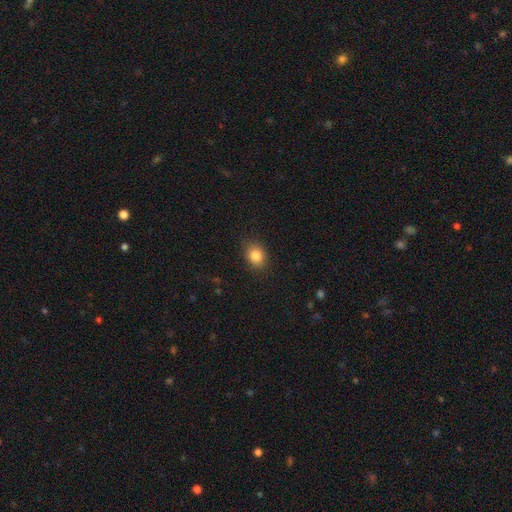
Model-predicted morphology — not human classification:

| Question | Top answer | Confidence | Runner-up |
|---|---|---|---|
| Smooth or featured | smooth | 85% | star or artifact (10%) |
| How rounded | in between | 52% | round (47%) |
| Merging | none | 87% | minor disturbance (10%) |